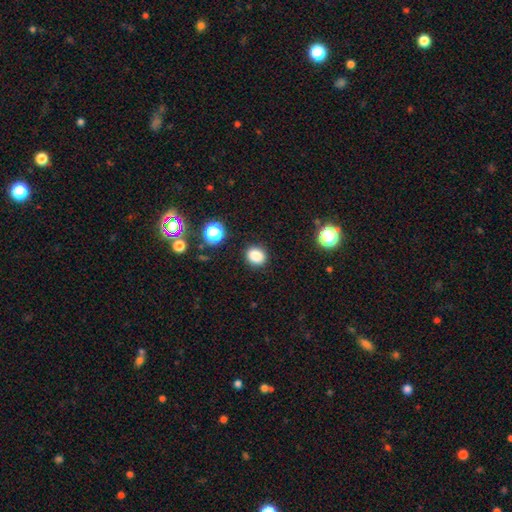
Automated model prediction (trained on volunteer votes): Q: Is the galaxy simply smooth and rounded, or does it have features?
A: smooth — 84%.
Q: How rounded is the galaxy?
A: round — 68%.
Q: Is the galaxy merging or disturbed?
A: none — 88%.